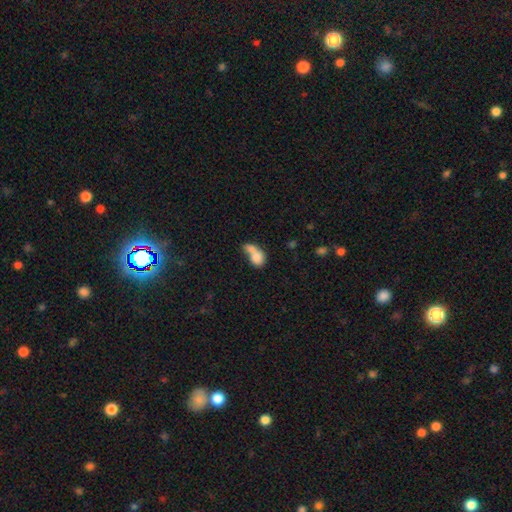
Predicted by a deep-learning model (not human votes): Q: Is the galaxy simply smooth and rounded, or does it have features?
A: smooth — 76%.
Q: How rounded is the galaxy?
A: in between — 56%.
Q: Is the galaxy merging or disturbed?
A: merger — 66%.